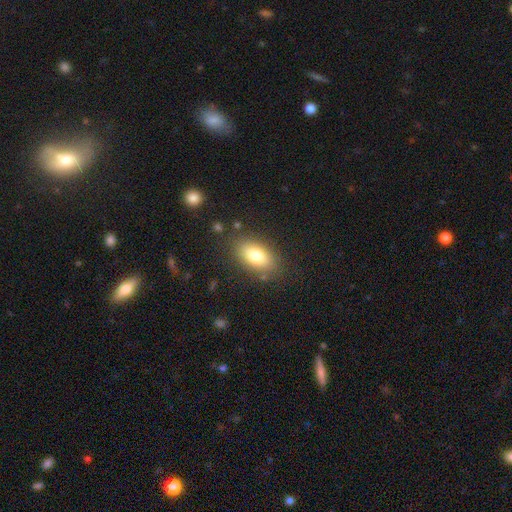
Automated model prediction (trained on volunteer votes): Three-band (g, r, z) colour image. It shows a smooth galaxy with no disk features (79%) that is in between round and cigar-shaped (90%). Merging: none (82%).